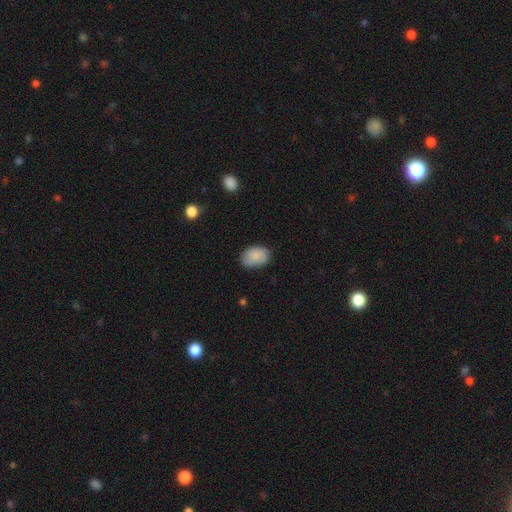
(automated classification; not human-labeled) smooth 86%, featured or disk 7%, star or artifact 7%. Down the decision tree: how rounded — in between (83%); merging — none (77%).